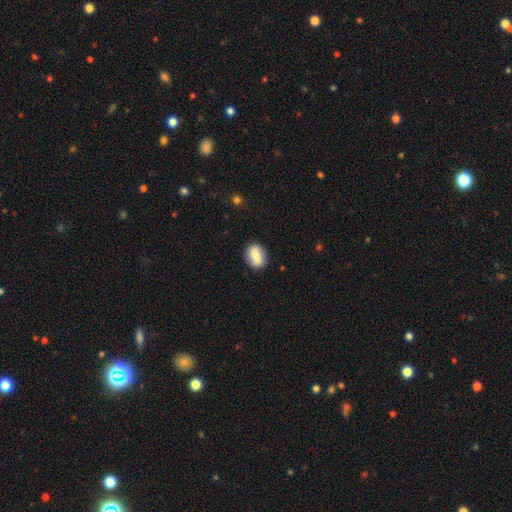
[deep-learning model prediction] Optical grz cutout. It shows a smooth galaxy with no disk features (65%) that is in between round and cigar-shaped (74%). Merging: none (84%).